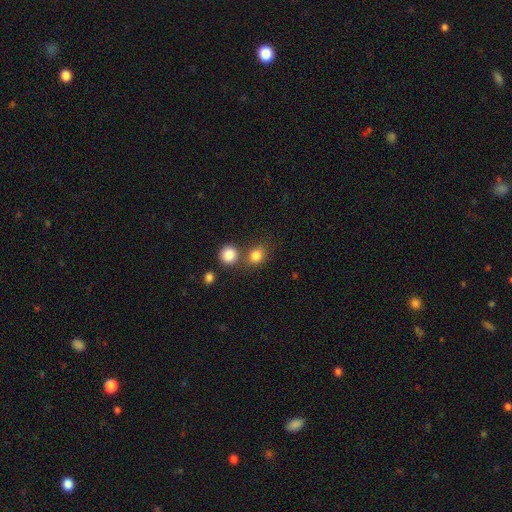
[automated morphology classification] Smooth or featured?
  - smooth: 82% *
  - star or artifact: 12%
  - featured or disk: 6%
How rounded?
  - round: 67% *
  - in between: 32%
  - cigar-shaped: 1%
Merging?
  - none: 60% *
  - merger: 26%
  - minor disturbance: 10%
  - major disturbance: 4%